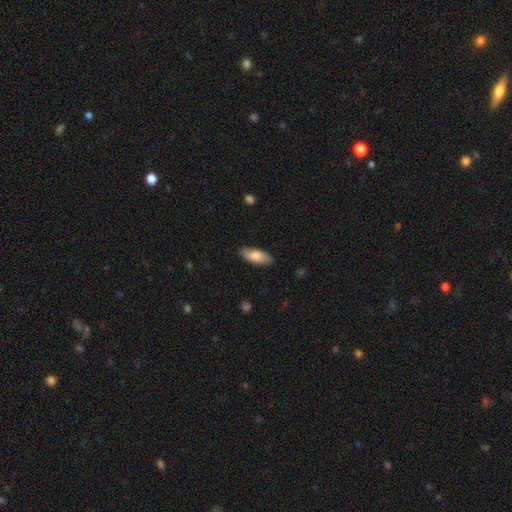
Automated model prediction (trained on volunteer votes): smooth_or_featured: smooth (p=0.77) [alt: featured or disk p=0.17]
how_rounded: in between (p=0.78) [alt: cigar-shaped p=0.20]
merging: none (p=0.86) [alt: minor disturbance p=0.11]